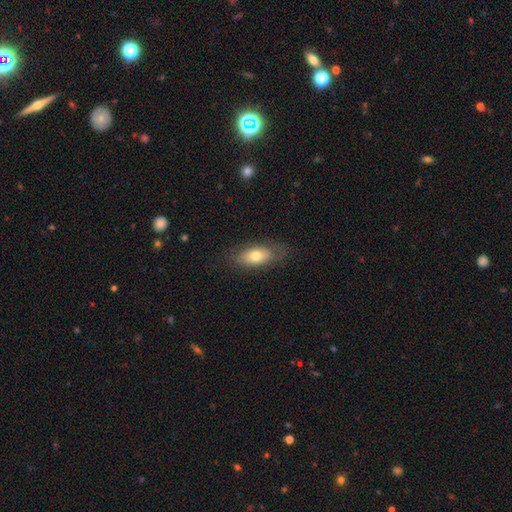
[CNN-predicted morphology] Overall: smooth (70%). How rounded: in between (83%). Merging: none (73%).